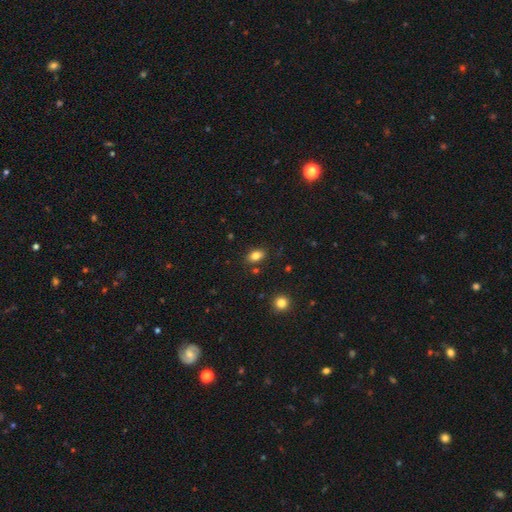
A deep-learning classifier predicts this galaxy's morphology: This appears to be a smooth galaxy with no disk features (83%) that is in between round and cigar-shaped (84%). Merging: none (83%).